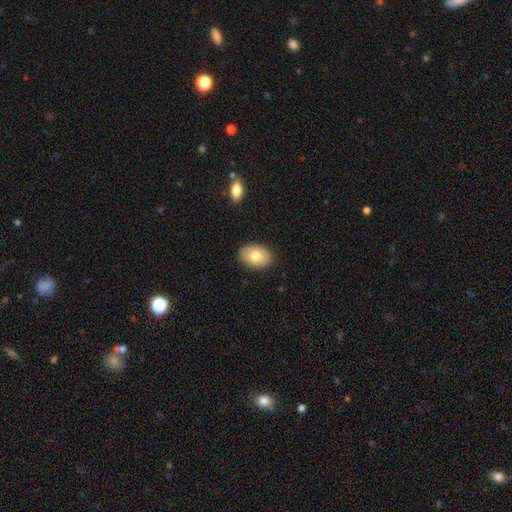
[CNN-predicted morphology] The model was most divided on "smooth or featured": smooth: 76%, featured or disk: 17%, star or artifact: 7%. More confident: merging — none (88%); how rounded — in between (82%).